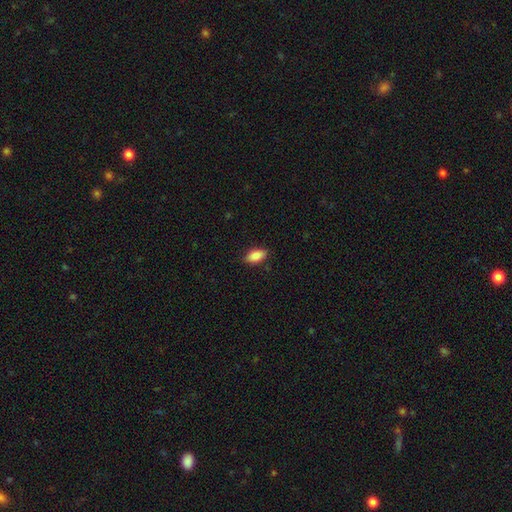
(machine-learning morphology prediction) smooth_or_featured: smooth (p=0.86) [alt: featured or disk p=0.07]
how_rounded: in between (p=0.90) [alt: cigar-shaped p=0.06]
merging: none (p=0.87) [alt: minor disturbance p=0.10]